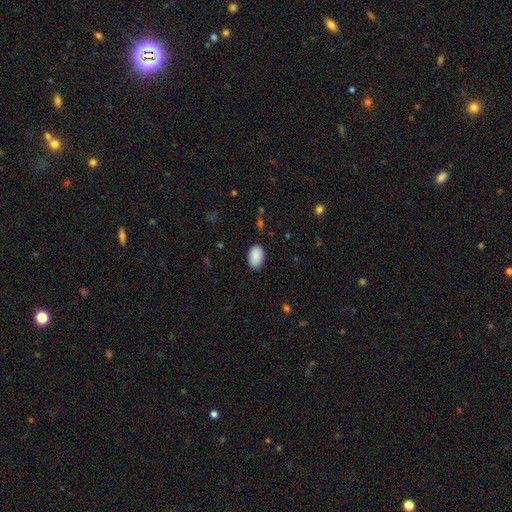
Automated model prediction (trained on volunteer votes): Smooth or featured? Predicted: smooth (p=0.90). How rounded? Predicted: in between (p=0.92). Merging? Predicted: none (p=0.86).